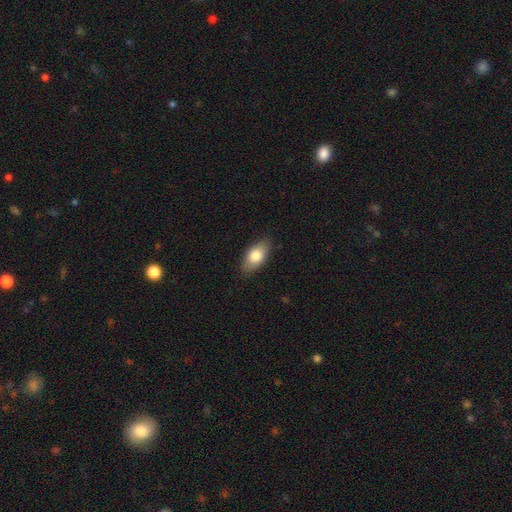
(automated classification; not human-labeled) A smooth galaxy with no disk features (78%) that is in between round and cigar-shaped (89%).

Vote fractions:
- Smooth or featured? smooth: 78% / featured or disk: 15% / star or artifact: 7%
- How rounded? in between: 89% / cigar-shaped: 5% / round: 5%
- Merging? none: 85% / minor disturbance: 12% / major disturbance: 2% / merger: 1%